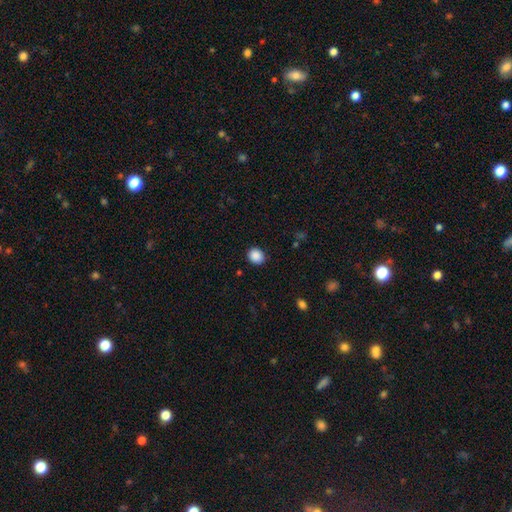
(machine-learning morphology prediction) smooth 89%, star or artifact 9%, featured or disk 2%. Down the decision tree: how rounded — round (75%); merging — none (89%).